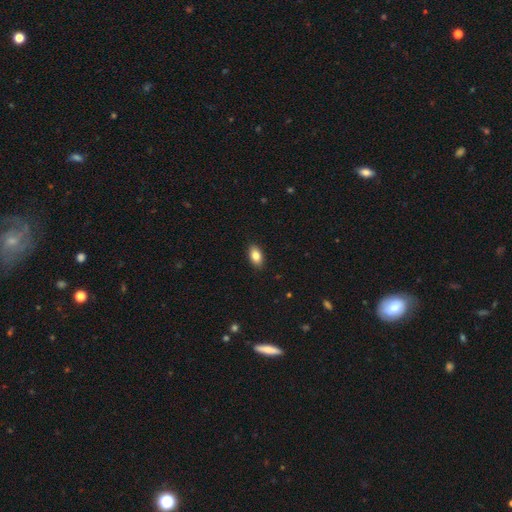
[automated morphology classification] Smooth or featured: smooth — 83% (featured or disk — 9%)
How rounded: in between — 91% (round — 6%)
Merging: none — 89% (minor disturbance — 8%)